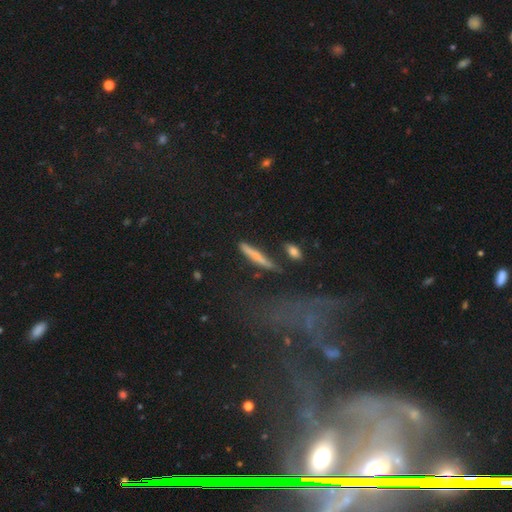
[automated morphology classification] type=smooth (64%); roundness=cigar-shaped (92%); merging=none (70%).